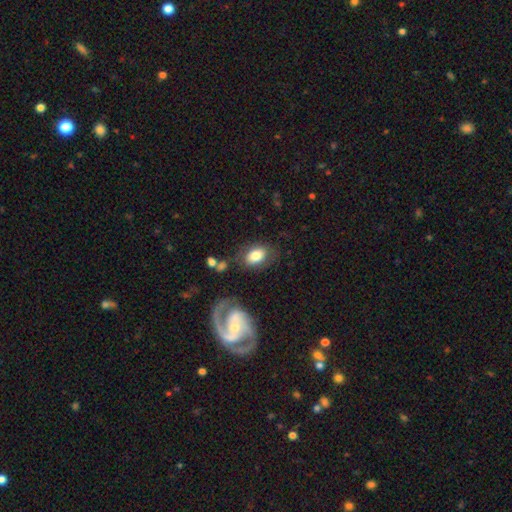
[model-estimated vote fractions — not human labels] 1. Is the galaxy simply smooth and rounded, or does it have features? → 77% smooth, 16% featured or disk, 7% star or artifact.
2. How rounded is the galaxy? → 84% in between, 14% round, 1% cigar-shaped.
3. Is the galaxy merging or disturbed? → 70% none, 17% minor disturbance, 8% major disturbance, 5% merger.